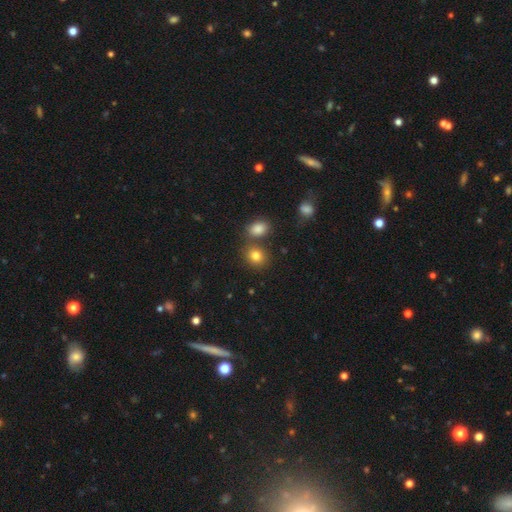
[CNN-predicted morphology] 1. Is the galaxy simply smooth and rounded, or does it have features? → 81% smooth, 12% star or artifact, 7% featured or disk.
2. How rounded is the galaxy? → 66% round, 33% in between, 1% cigar-shaped.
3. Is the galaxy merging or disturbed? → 65% none, 21% merger, 10% minor disturbance, 3% major disturbance.